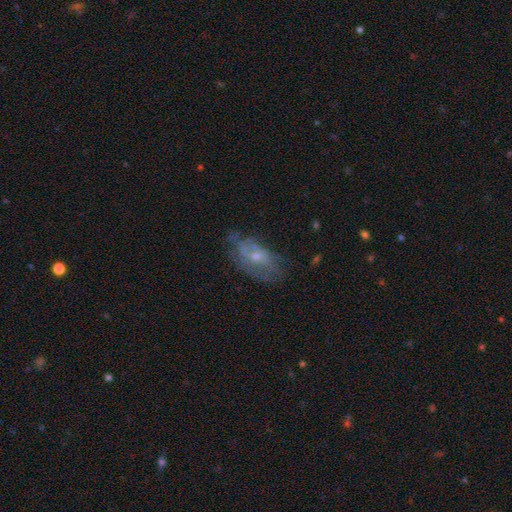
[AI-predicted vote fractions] Overall: featured or disk (58%; smooth 33%). Edge-on disk: no (92%). Bar: no (68%). Spiral arms: yes (54%; no 46%). Bulge size: small (55%; moderate 37%). Merging: none (51%; minor disturbance 29%).